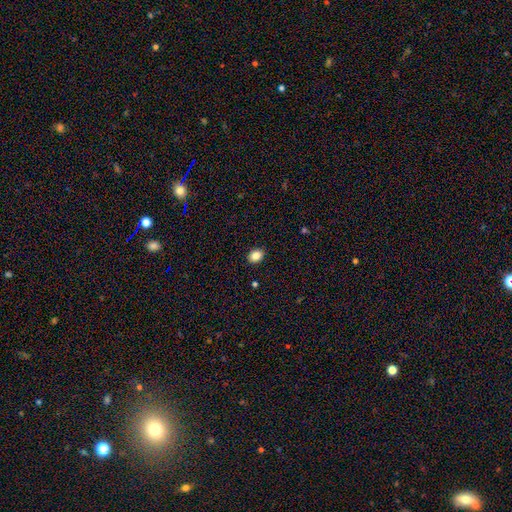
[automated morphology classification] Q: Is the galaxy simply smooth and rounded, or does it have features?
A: smooth — 86%.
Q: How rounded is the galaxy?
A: in between — 57%.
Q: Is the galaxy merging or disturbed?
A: none — 90%.